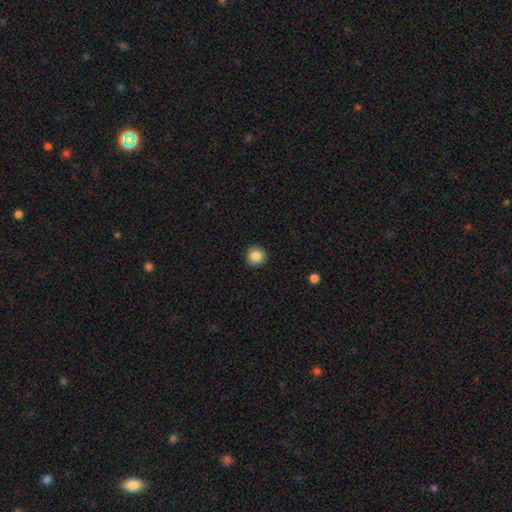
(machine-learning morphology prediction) Smooth or featured? smooth (85%)
How rounded? round (94%)
Merging? none (91%)